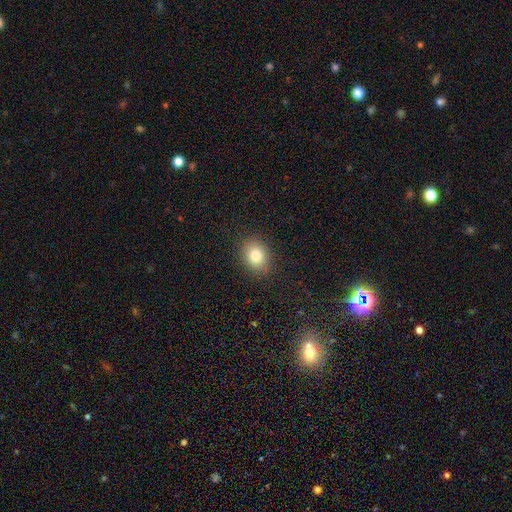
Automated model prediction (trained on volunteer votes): smooth_or_featured: smooth (p=0.80) [alt: star or artifact p=0.11]
how_rounded: round (p=0.51) [alt: in between p=0.48]
merging: none (p=0.88) [alt: minor disturbance p=0.08]